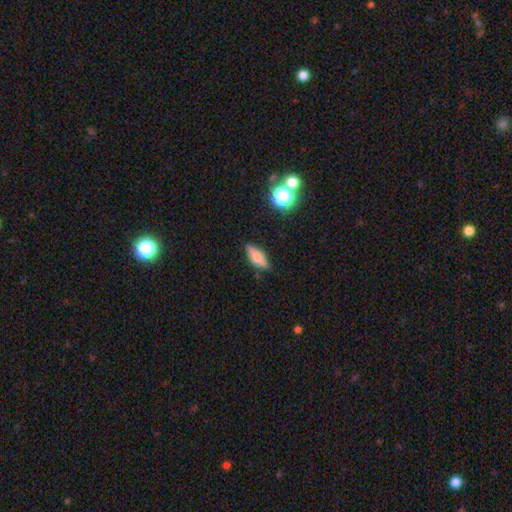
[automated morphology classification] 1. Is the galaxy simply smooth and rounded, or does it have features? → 57% smooth, 33% featured or disk, 10% star or artifact.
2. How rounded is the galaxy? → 61% in between, 34% cigar-shaped, 5% round.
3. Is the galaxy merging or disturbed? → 81% none, 15% minor disturbance, 3% major disturbance, 2% merger.